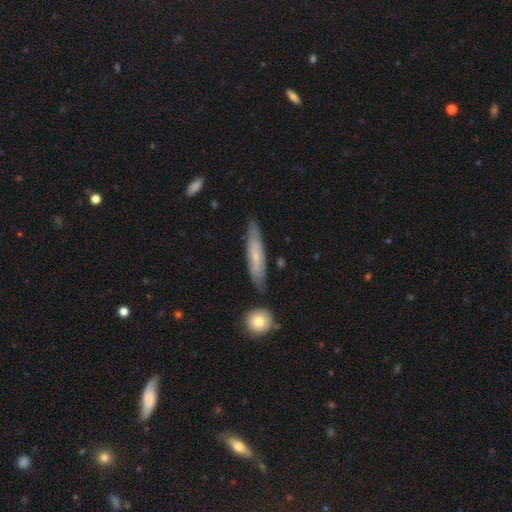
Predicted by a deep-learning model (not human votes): smooth_or_featured: smooth (p=0.55) [alt: featured or disk p=0.39]
how_rounded: cigar-shaped (p=0.83) [alt: in between p=0.15]
merging: none (p=0.77) [alt: minor disturbance p=0.17]